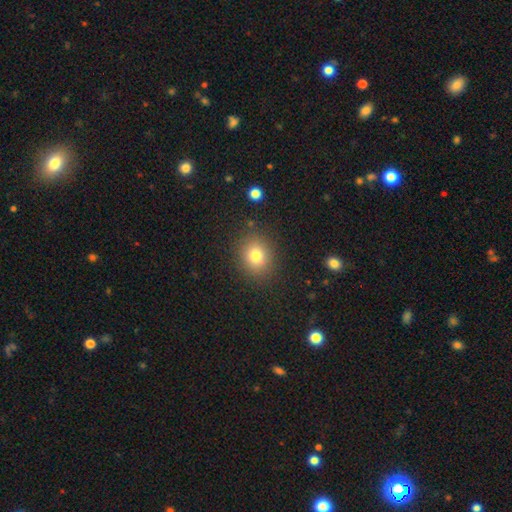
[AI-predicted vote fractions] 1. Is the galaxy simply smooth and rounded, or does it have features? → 78% smooth, 13% star or artifact, 9% featured or disk.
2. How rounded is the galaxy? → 73% round, 26% in between, 1% cigar-shaped.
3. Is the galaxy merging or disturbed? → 87% none, 8% minor disturbance, 3% major disturbance, 2% merger.